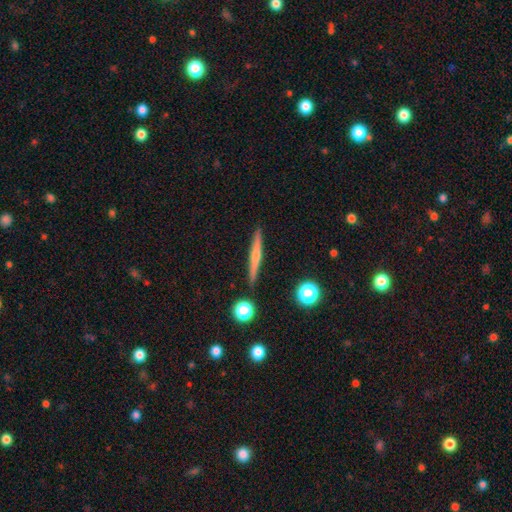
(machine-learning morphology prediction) Smooth or featured?
  - featured or disk: 62% *
  - smooth: 30%
  - star or artifact: 9%
Edge-on disk?
  - yes: 97% *
  - no: 3%
Edge-on bulge?
  - rounded: 68% *
  - none: 26%
  - boxy: 7%
Merging?
  - none: 90% *
  - minor disturbance: 7%
  - merger: 2%
  - major disturbance: 2%